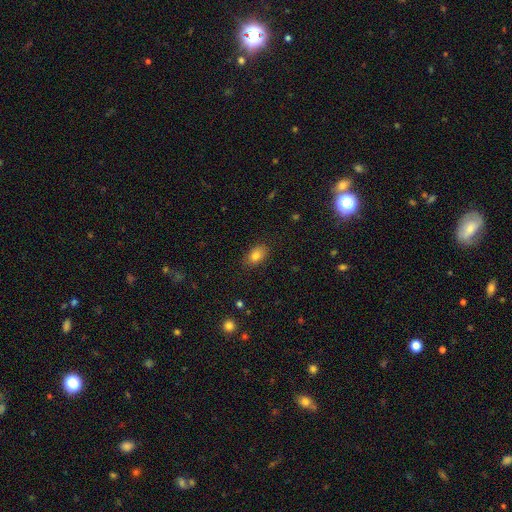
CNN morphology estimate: Smooth or featured? smooth (83%)
How rounded? in between (86%)
Merging? none (85%)